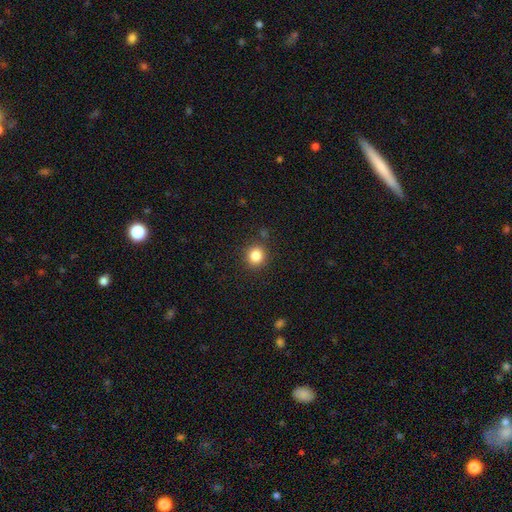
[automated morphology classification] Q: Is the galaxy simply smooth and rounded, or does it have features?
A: smooth — 84%.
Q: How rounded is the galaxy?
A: round — 89%.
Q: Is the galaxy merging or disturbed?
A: none — 87%.